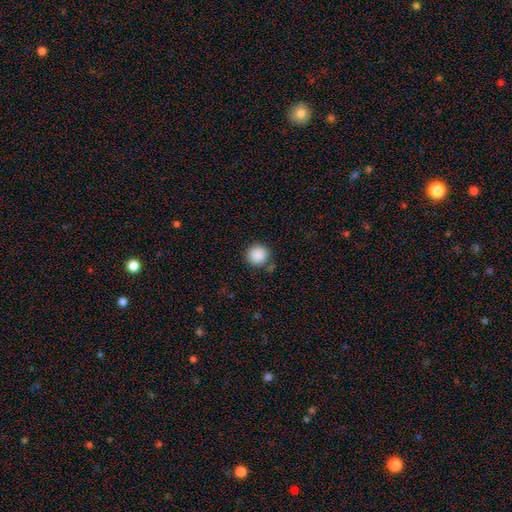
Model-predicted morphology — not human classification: This is clearly a smooth galaxy (89%). How rounded: clearly round (95%). Merging: clearly none (85%).